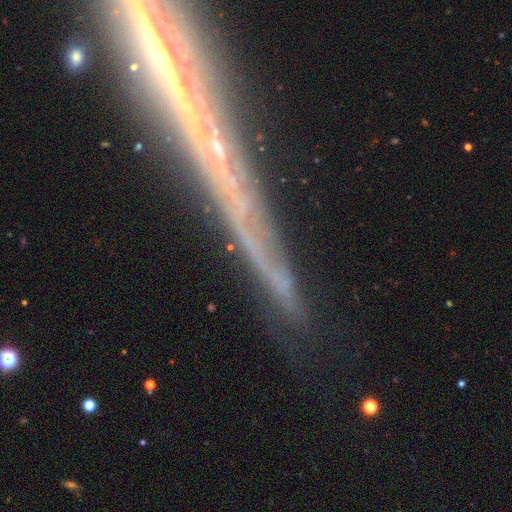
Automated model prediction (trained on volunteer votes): A featured or disk galaxy (58%) viewed edge-on (77%).

Vote fractions:
- Smooth or featured? featured or disk: 58% / star or artifact: 23% / smooth: 18%
- Edge-on disk? yes: 77% / no: 23%
- Merging? none: 77% / minor disturbance: 14% / major disturbance: 5% / merger: 4%